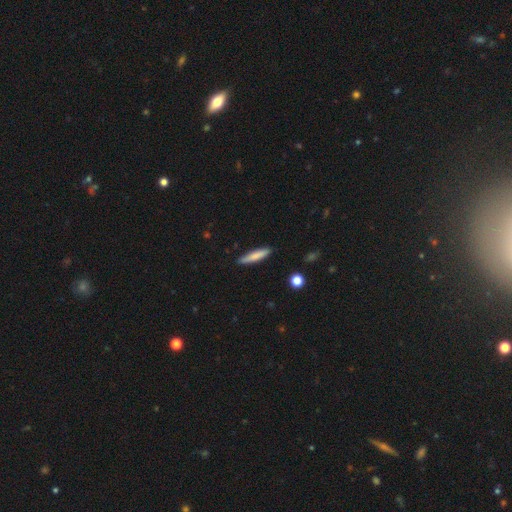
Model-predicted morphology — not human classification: The model was most divided on "smooth or featured": smooth: 77%, featured or disk: 17%, star or artifact: 6%. More confident: merging — none (89%); how rounded — cigar-shaped (88%).